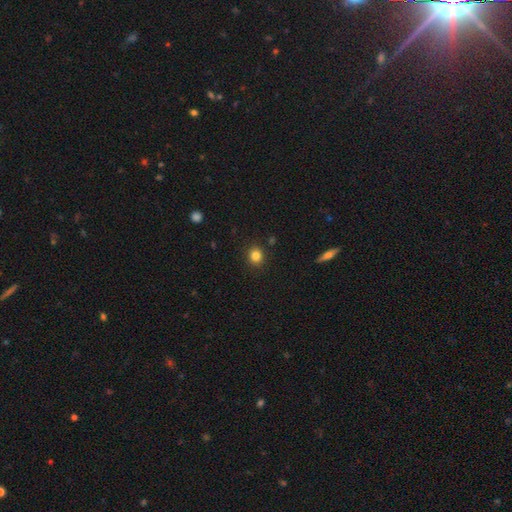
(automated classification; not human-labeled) Smooth or featured: smooth — 84% (star or artifact — 11%)
How rounded: round — 85% (in between — 14%)
Merging: none — 90% (minor disturbance — 7%)